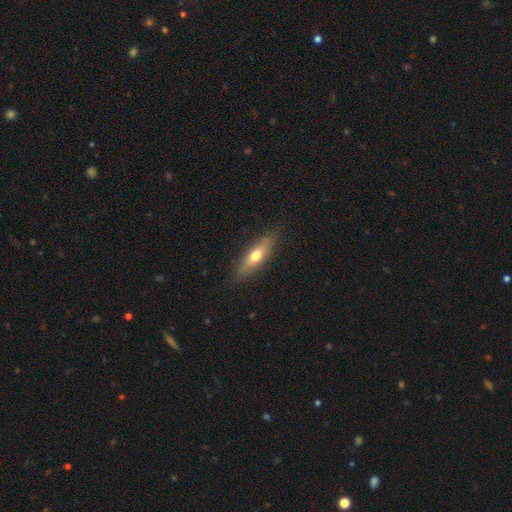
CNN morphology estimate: type=smooth (54%); roundness=cigar-shaped (60%); merging=none (84%).